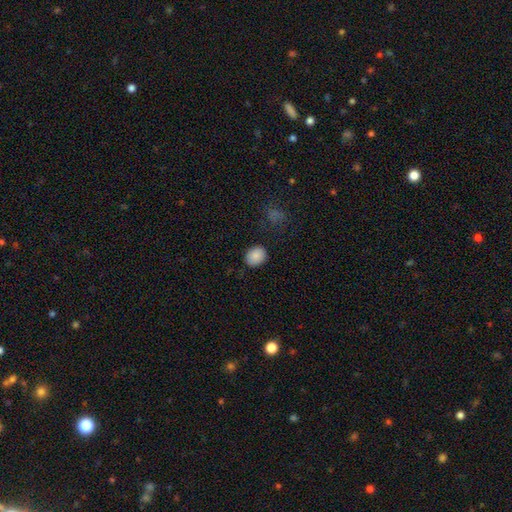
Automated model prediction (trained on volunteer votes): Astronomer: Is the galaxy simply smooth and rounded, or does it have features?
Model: smooth — 87%.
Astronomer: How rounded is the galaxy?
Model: round — 55% (runner-up: in between, 44%).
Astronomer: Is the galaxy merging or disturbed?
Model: none — 84%.